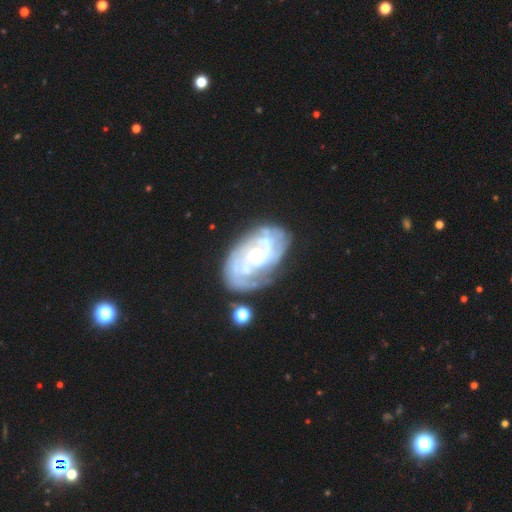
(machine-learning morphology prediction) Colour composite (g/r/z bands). It shows a featured or disk galaxy (85%) with no bar (63%), can't tell (33%, tied with 2) tight (63%) spiral arms (93%) and a moderate central bulge (50%). Merging: none (65%).